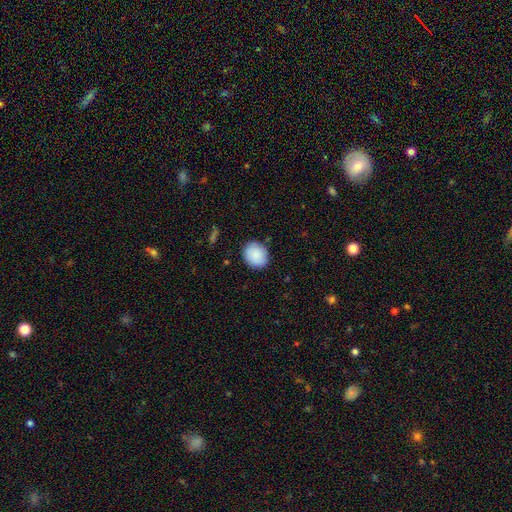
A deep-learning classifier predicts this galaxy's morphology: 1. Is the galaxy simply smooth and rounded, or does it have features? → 88% smooth, 7% star or artifact, 5% featured or disk.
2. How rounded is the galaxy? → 69% round, 30% in between, 1% cigar-shaped.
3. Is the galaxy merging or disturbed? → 85% none, 11% minor disturbance, 2% major disturbance, 1% merger.